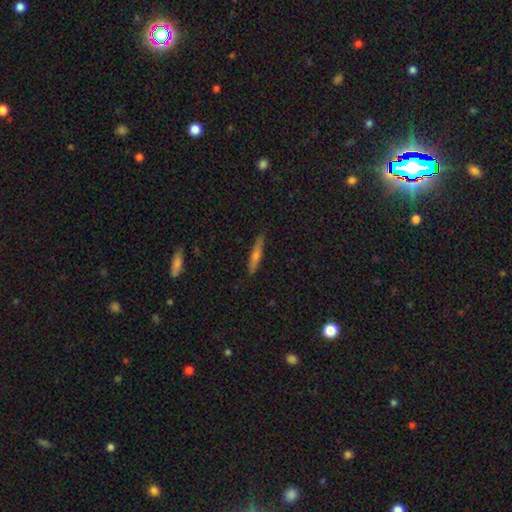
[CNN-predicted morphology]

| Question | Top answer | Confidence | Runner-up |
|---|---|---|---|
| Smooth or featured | smooth | 52% | featured or disk (39%) |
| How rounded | cigar-shaped | 91% | in between (7%) |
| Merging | none | 87% | minor disturbance (10%) |